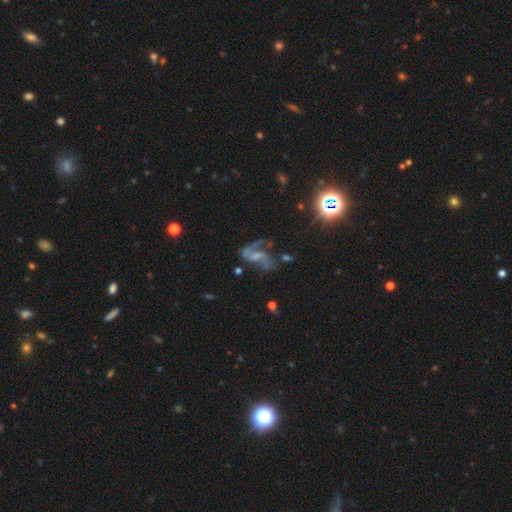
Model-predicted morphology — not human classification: Smooth or featured? featured or disk (75%)
Edge-on disk? no (97%)
Bar? weak (43%)
Spiral arms? yes (88%)
Spiral winding? loose (60%)
Spiral arm count? 2 (78%)
Bulge size? none (46%)
Merging? none (42%)